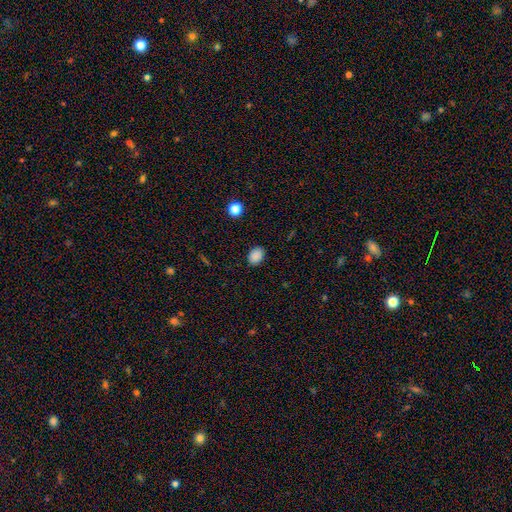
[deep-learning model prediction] This appears to be a smooth galaxy with no disk features (87%) that is in between round and cigar-shaped (68%). Merging: none (87%).